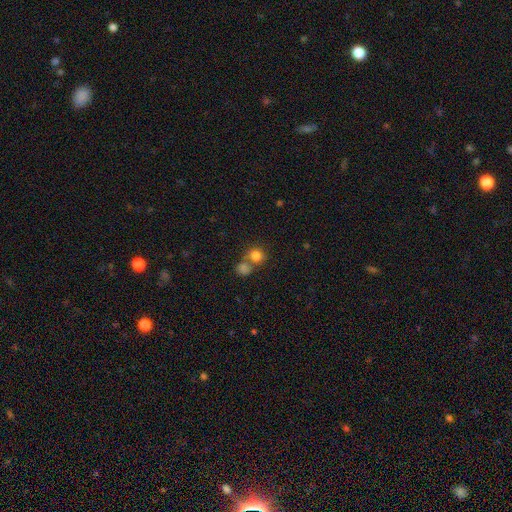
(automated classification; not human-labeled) A smooth galaxy with no disk features (81%) that is round (85%). Merging: none (55%).